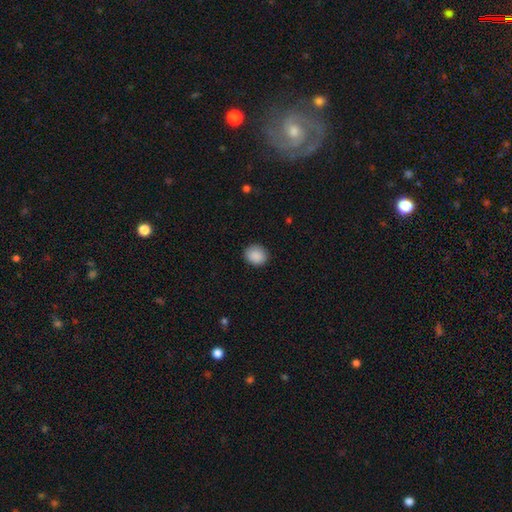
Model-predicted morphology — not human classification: Smooth or featured? Predicted: smooth (p=0.89). How rounded? Predicted: round (p=0.74). Merging? Predicted: none (p=0.88).